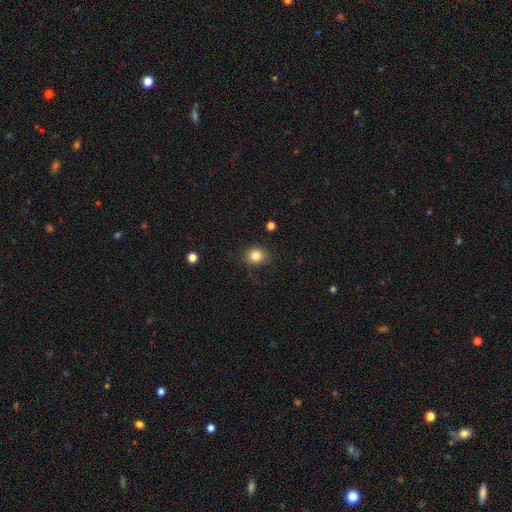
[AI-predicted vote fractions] smooth_or_featured: smooth (p=0.83) [alt: star or artifact p=0.11]
how_rounded: round (p=0.72) [alt: in between p=0.28]
merging: none (p=0.82) [alt: minor disturbance p=0.12]